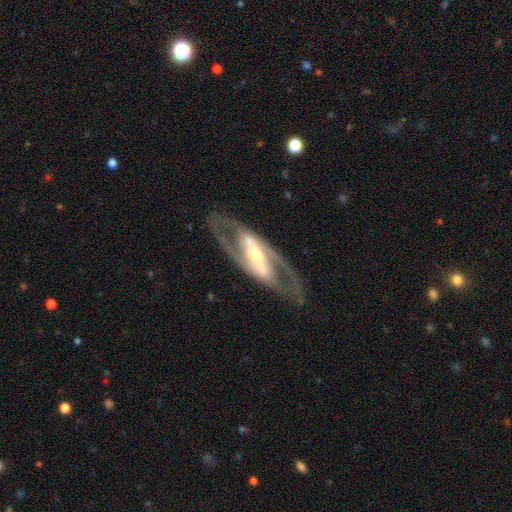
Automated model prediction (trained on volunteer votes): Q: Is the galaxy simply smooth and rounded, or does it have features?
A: featured or disk — 88%.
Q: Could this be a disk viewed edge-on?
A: no — 88%.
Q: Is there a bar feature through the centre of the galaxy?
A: strong — 76%.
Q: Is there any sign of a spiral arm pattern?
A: yes — 86%.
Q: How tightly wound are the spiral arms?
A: medium — 53%.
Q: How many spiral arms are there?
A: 2 — 90%.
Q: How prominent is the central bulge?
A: small — 49%.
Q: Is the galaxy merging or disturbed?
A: none — 81%.